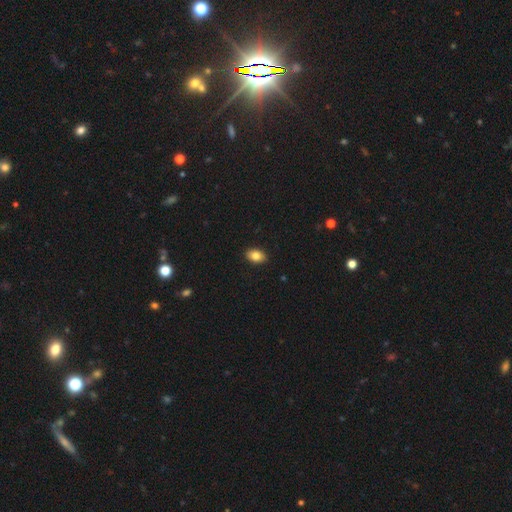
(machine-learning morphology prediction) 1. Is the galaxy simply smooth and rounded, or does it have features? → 84% smooth, 8% star or artifact, 8% featured or disk.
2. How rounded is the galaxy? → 88% in between, 11% round, 2% cigar-shaped.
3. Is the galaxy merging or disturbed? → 90% none, 7% minor disturbance, 2% major disturbance, 1% merger.